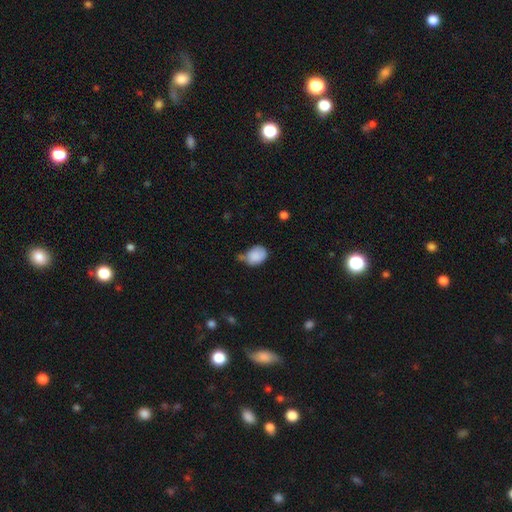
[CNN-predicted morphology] Smooth or featured? smooth (87%)
How rounded? in between (63%)
Merging? none (42%)